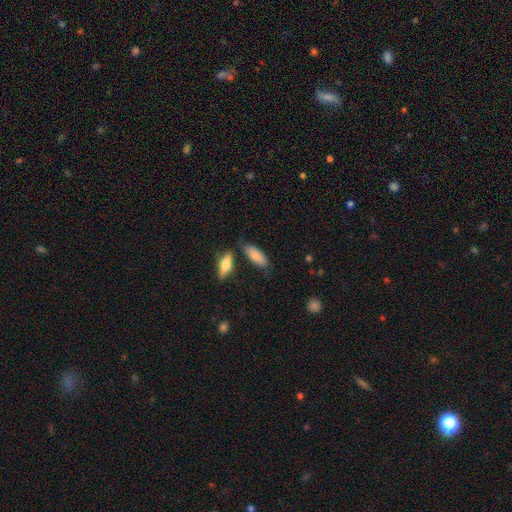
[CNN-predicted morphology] Smooth or featured? Predicted: smooth (p=0.82). How rounded? Predicted: in between (p=0.73). Merging? Predicted: none (p=0.66).